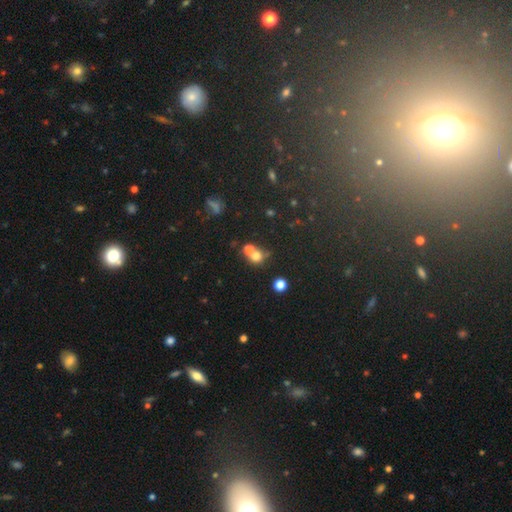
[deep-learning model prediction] Q: Smooth or featured?
A: smooth (69%); runner-up: star or artifact (17%)
Q: How rounded?
A: round (77%); runner-up: in between (22%)
Q: Merging?
A: merger (50%); runner-up: none (38%)